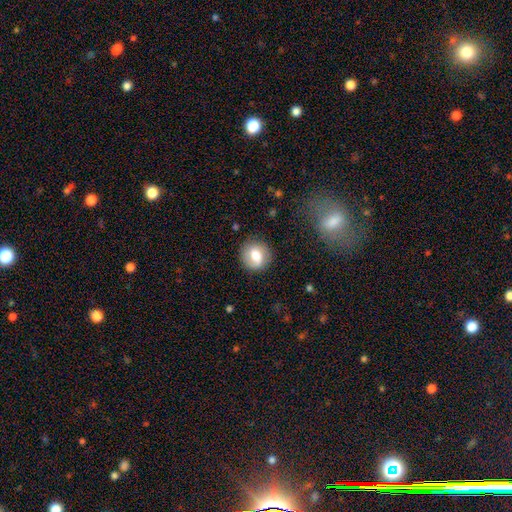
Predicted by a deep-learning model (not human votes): Smooth or featured?
  - smooth: 67% *
  - featured or disk: 25%
  - star or artifact: 8%
How rounded?
  - round: 85% *
  - in between: 14%
  - cigar-shaped: 1%
Merging?
  - none: 84% *
  - minor disturbance: 11%
  - major disturbance: 4%
  - merger: 1%